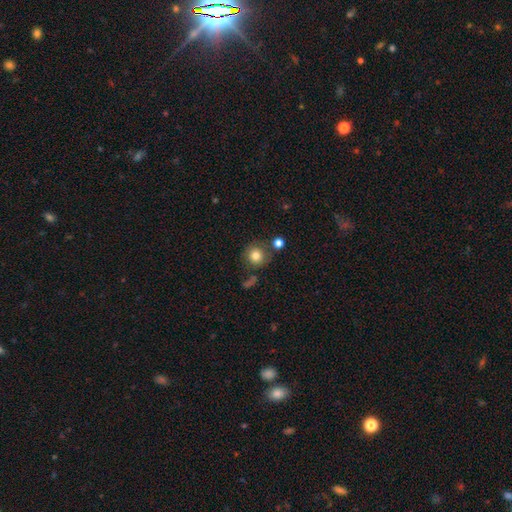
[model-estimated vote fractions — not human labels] Smooth or featured? Predicted: smooth (p=0.80). How rounded? Predicted: round (p=0.91). Merging? Predicted: none (p=0.74).